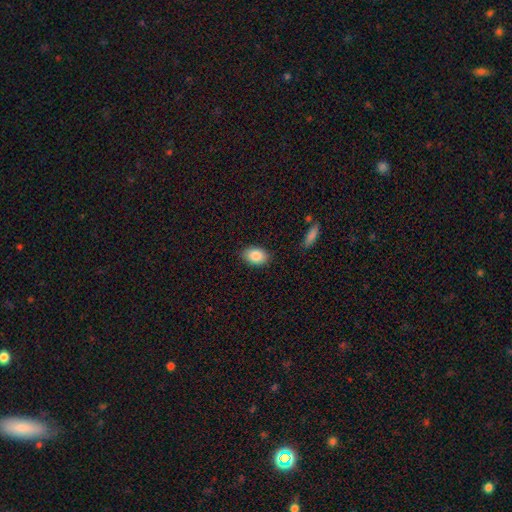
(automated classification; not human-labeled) Smooth or featured?
  - smooth: 87% *
  - star or artifact: 7%
  - featured or disk: 6%
How rounded?
  - in between: 86% *
  - round: 13%
  - cigar-shaped: 1%
Merging?
  - none: 87% *
  - minor disturbance: 10%
  - major disturbance: 2%
  - merger: 1%